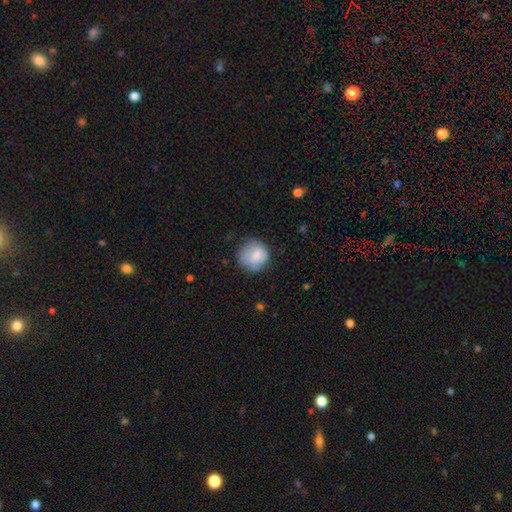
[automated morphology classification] Smooth or featured? smooth (80%)
How rounded? round (86%)
Merging? none (63%)